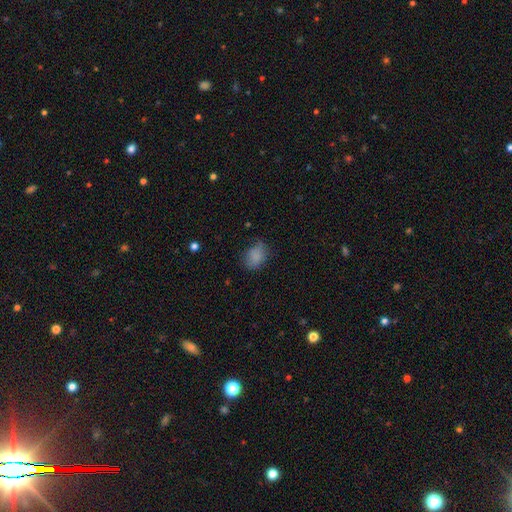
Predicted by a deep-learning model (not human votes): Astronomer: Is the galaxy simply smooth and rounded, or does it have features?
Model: smooth — 82%.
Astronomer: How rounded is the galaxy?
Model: in between — 71%.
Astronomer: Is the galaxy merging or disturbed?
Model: none — 61%.